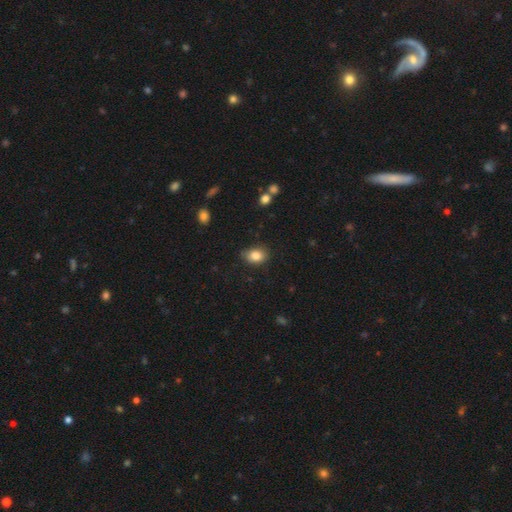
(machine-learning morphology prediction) smooth 84%, star or artifact 9%, featured or disk 7%. Down the decision tree: how rounded — in between (69%); merging — none (77%).